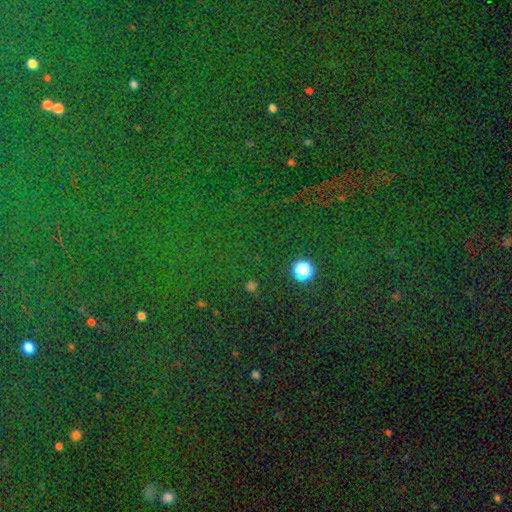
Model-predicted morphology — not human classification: star or artifact 81%, smooth 11%, featured or disk 7%.